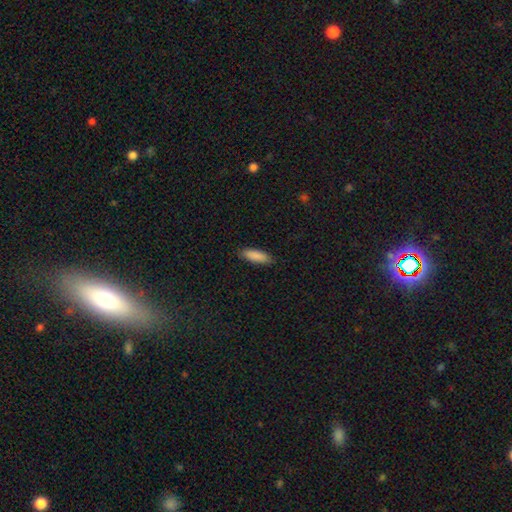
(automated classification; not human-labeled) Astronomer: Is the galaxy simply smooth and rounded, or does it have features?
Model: smooth — 89%.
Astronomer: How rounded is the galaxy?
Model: in between — 58% (runner-up: cigar-shaped, 41%).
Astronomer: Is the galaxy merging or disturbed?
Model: none — 87%.